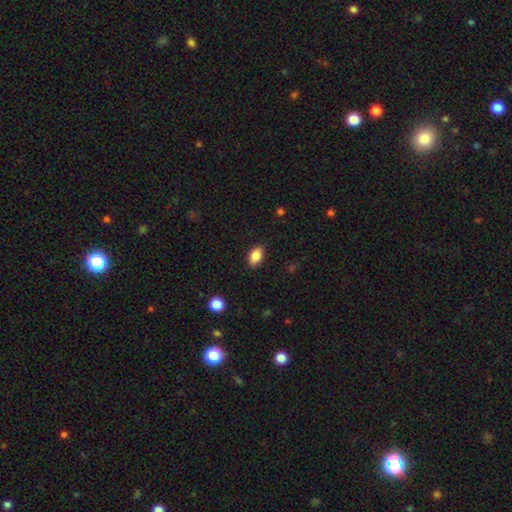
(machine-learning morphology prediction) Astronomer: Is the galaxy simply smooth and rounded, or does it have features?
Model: smooth — 85%.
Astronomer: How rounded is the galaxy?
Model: in between — 90%.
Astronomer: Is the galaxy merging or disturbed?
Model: none — 88%.